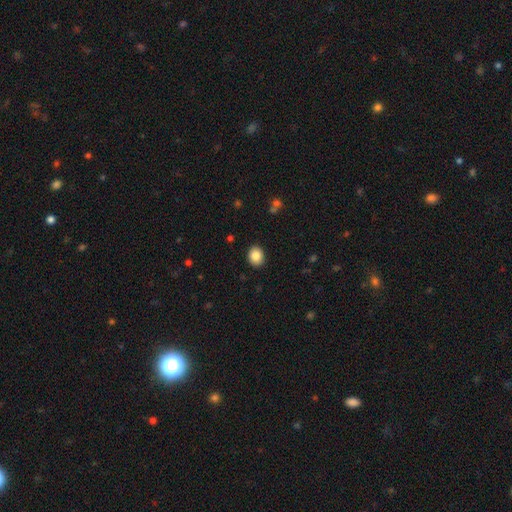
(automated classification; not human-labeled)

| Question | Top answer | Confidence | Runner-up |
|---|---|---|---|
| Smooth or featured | smooth | 86% | star or artifact (9%) |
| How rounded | round | 59% | in between (40%) |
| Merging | none | 90% | minor disturbance (7%) |